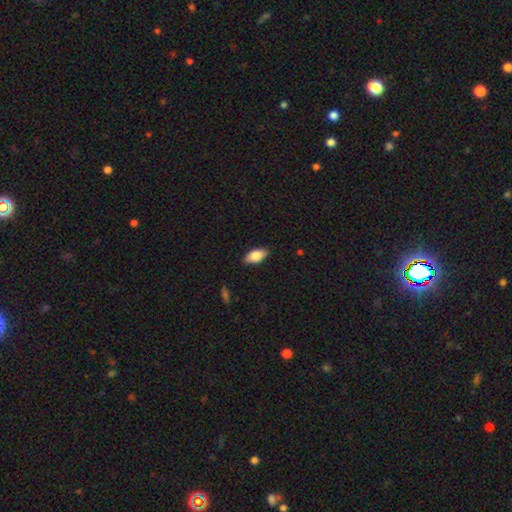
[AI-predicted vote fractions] Q: Smooth or featured?
A: smooth (79%); runner-up: featured or disk (15%)
Q: How rounded?
A: in between (89%); runner-up: cigar-shaped (8%)
Q: Merging?
A: none (88%); runner-up: minor disturbance (9%)